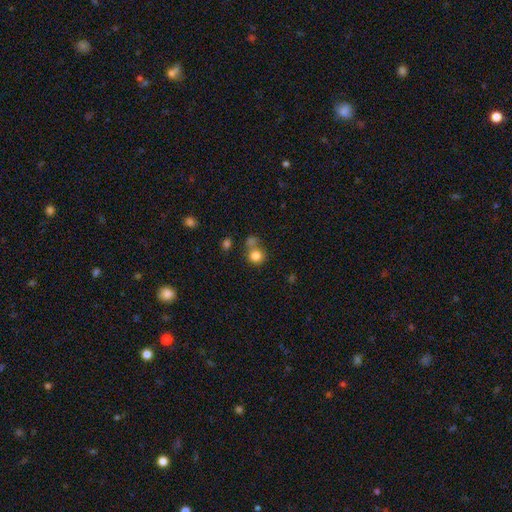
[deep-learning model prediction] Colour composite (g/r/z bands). It shows a smooth galaxy with no disk features (82%) that is round (87%). Merging: none (56%).